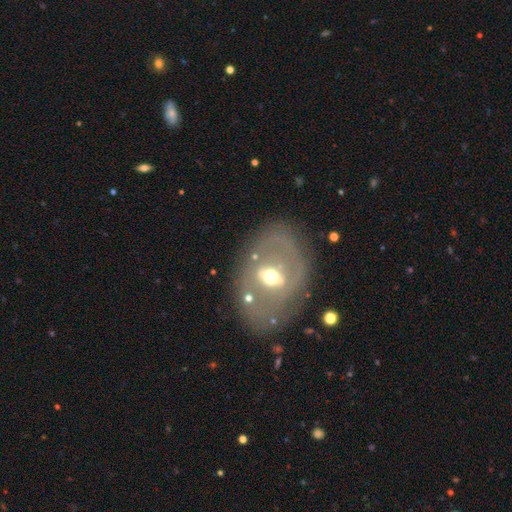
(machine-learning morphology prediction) type=featured or disk (66%); edge-on=no (92%); bar=weak (44%); spiral arms=no (70%); bulge=moderate (69%); merging=none (72%).